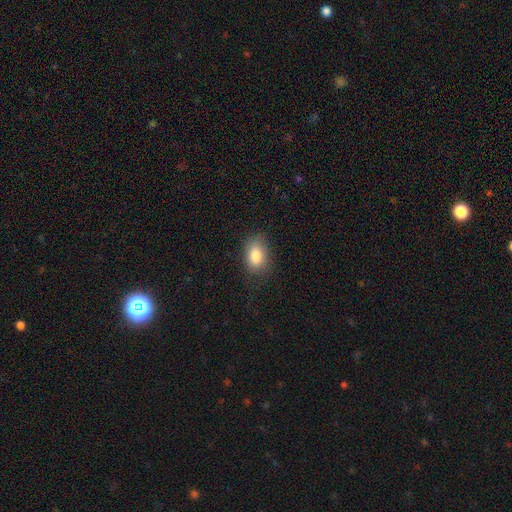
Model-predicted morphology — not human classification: This appears to be a smooth galaxy with no disk features (84%) that is in between round and cigar-shaped (86%). Merging: none (77%).